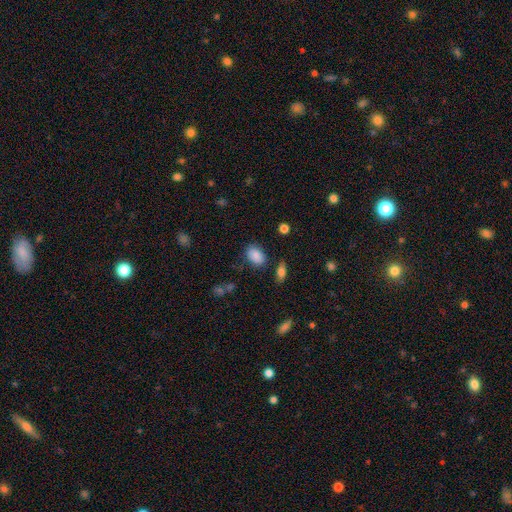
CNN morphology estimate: The model was most divided on "merging": none: 76%, minor disturbance: 16%, major disturbance: 4%, merger: 4%. More confident: smooth or featured — smooth (85%); how rounded — in between (82%).